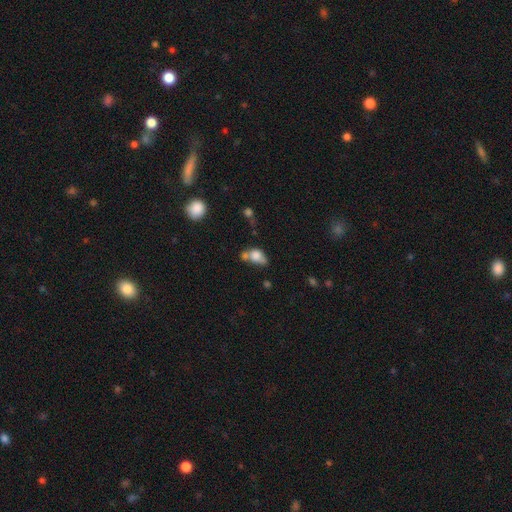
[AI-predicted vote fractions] smooth-or-featured: smooth: 73% | featured or disk: 17% | star or artifact: 10%
  how-rounded: in between: 76% | round: 22% | cigar-shaped: 3%
  merging: merger: 41% | none: 27% | minor disturbance: 19% | major disturbance: 13%